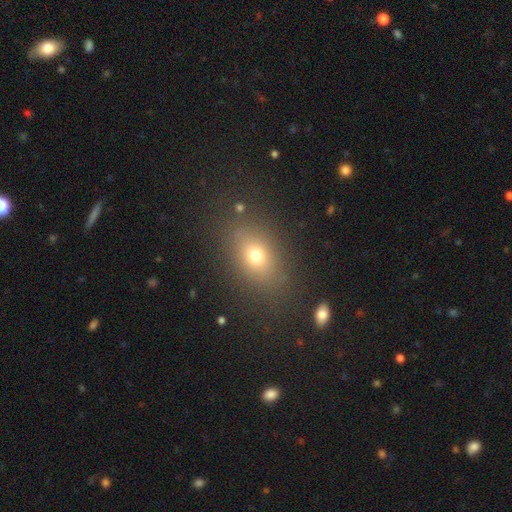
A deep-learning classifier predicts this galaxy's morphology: smooth-or-featured: smooth: 71% | star or artifact: 16% | featured or disk: 13%
  how-rounded: in between: 72% | round: 26% | cigar-shaped: 3%
  merging: none: 82% | minor disturbance: 11% | major disturbance: 5% | merger: 2%